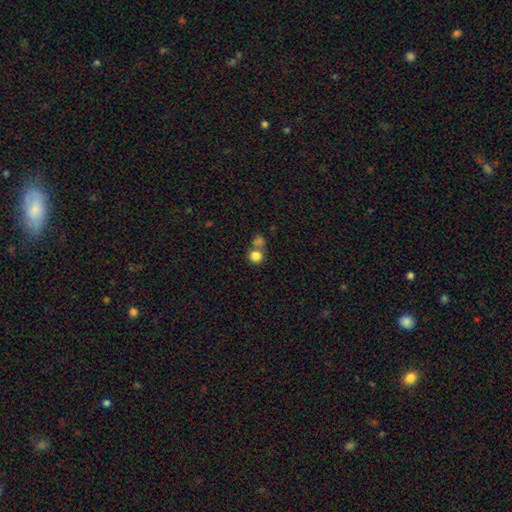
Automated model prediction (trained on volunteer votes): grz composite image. It shows a smooth galaxy with no disk features (82%) that is round (88%). Merging: none (50%).